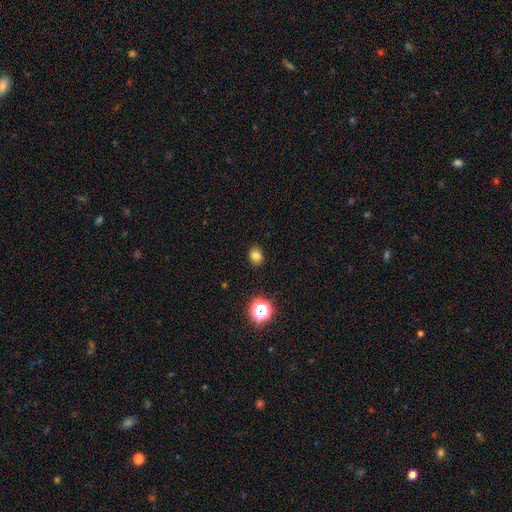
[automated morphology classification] Smooth or featured? smooth (79%)
How rounded? round (54%)
Merging? none (89%)